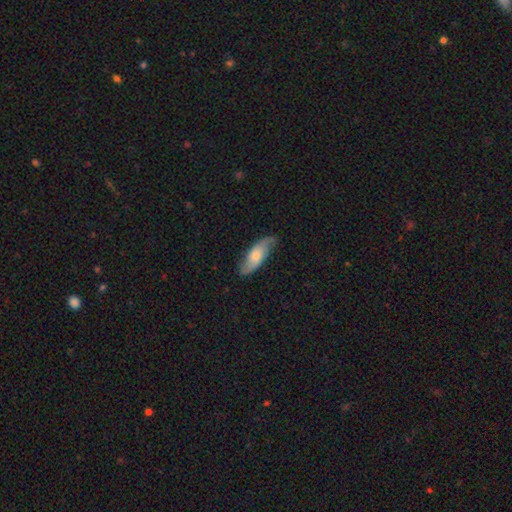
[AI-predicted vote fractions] A featured or disk galaxy (57%).

Vote fractions:
- Smooth or featured? featured or disk: 57% / smooth: 37% / star or artifact: 6%
- Edge-on disk? no: 85% / yes: 15%
- Merging? none: 76% / minor disturbance: 18% / major disturbance: 5% / merger: 1%